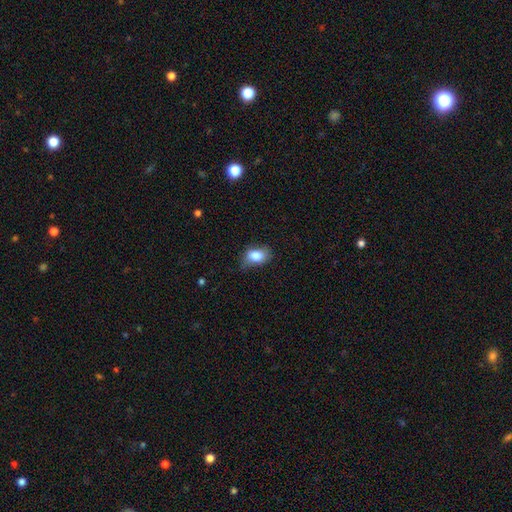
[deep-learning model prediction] Smooth or featured: smooth — 82% (featured or disk — 10%)
How rounded: in between — 80% (round — 19%)
Merging: none — 56% (minor disturbance — 33%)